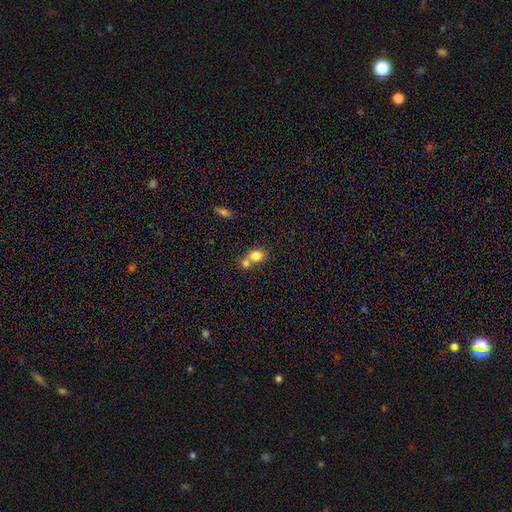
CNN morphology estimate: Overall: smooth (79%). How rounded: round (65%; in between 34%). Merging: merger (53%; none 37%).